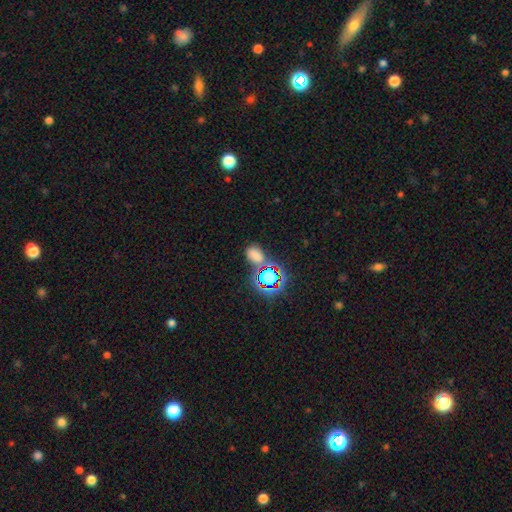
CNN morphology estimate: The model was most divided on "smooth or featured": smooth: 61%, star or artifact: 31%, featured or disk: 8%. More confident: how rounded — in between (78%); merging — none (65%).